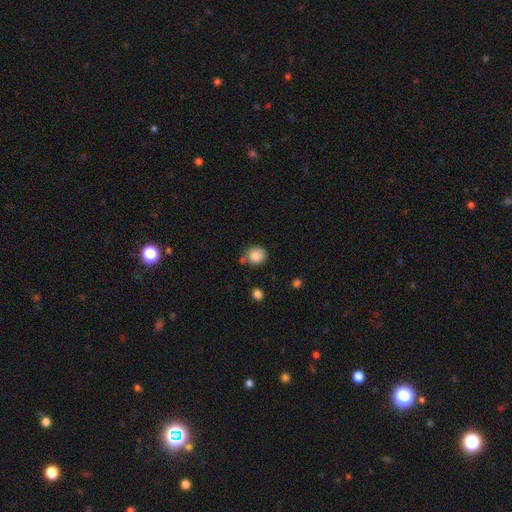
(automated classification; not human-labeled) A smooth galaxy with no disk features (87%) that is round (84%).

Vote fractions:
- Smooth or featured? smooth: 87% / star or artifact: 9% / featured or disk: 4%
- How rounded? round: 84% / in between: 15% / cigar-shaped: 1%
- Merging? none: 73% / minor disturbance: 15% / merger: 9% / major disturbance: 4%